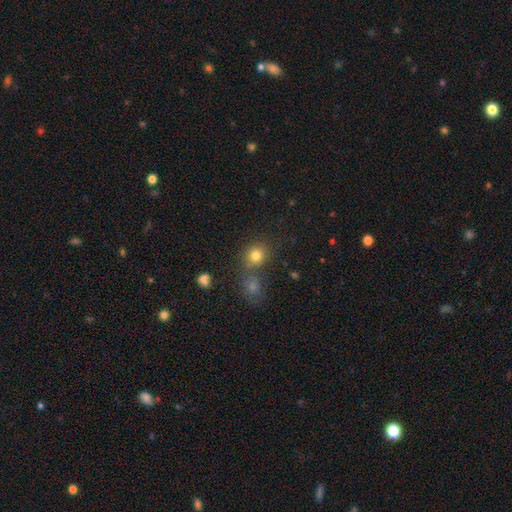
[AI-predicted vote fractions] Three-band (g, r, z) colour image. It shows a smooth galaxy with no disk features (78%) that is round (75%). Merging: none (63%).